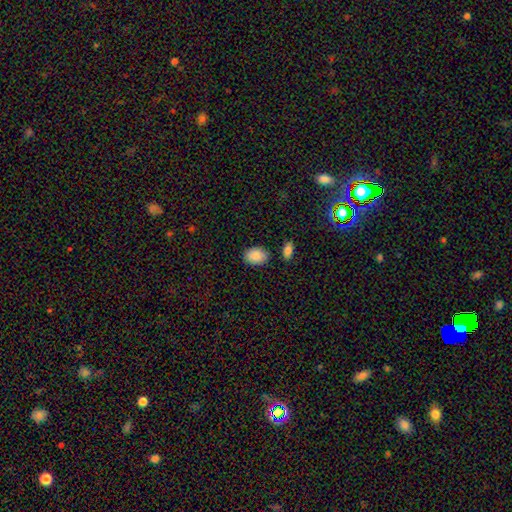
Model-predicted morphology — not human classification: Smooth or featured: smooth — 88% (star or artifact — 7%)
How rounded: in between — 79% (round — 20%)
Merging: none — 85% (minor disturbance — 10%)